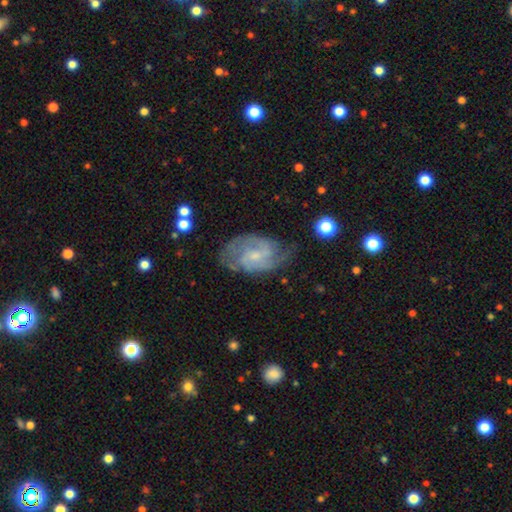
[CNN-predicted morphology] smooth_or_featured: featured or disk (p=0.82) [alt: smooth p=0.13]
disk_edge_on: no (p=0.97) [alt: yes p=0.03]
bar: weak (p=0.46) [tied with: no p=0.46]
has_spiral_arms: yes (p=0.94) [alt: no p=0.06]
spiral_winding: medium (p=0.48) [alt: tight p=0.37]
spiral_arm_count: 2 (p=0.63) [alt: can't tell p=0.18]
bulge_size: small (p=0.70) [alt: moderate p=0.21]
merging: none (p=0.66) [alt: minor disturbance p=0.22]